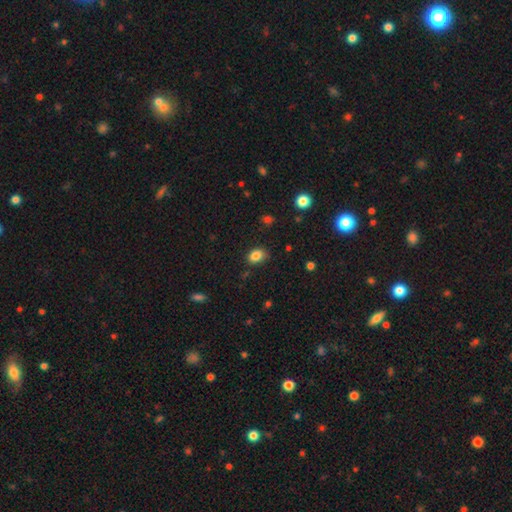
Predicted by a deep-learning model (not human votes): The model was most divided on "how rounded": in between: 69%, round: 29%, cigar-shaped: 1%. More confident: smooth or featured — smooth (85%); merging — none (77%).